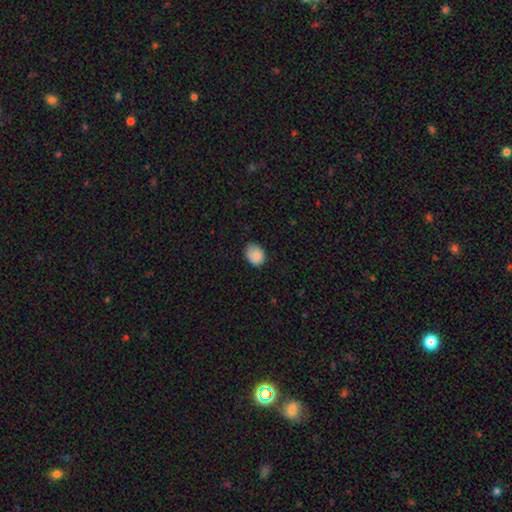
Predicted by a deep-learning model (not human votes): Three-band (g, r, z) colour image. It shows a smooth galaxy with no disk features (87%) that is in between round and cigar-shaped (51%). Merging: none (66%).